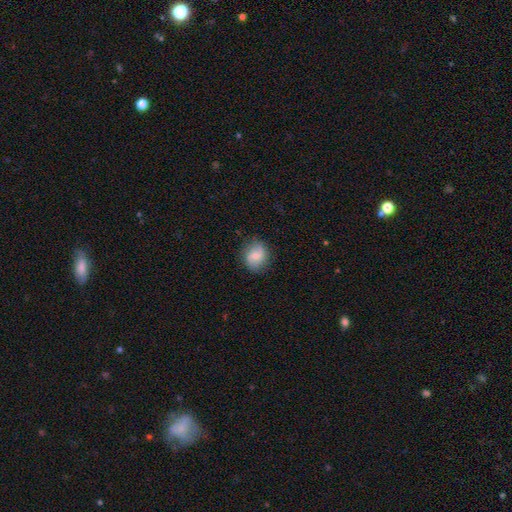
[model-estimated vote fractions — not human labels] Smooth or featured: smooth — 60% (featured or disk — 32%)
How rounded: round — 66% (in between — 33%)
Merging: none — 79% (minor disturbance — 16%)